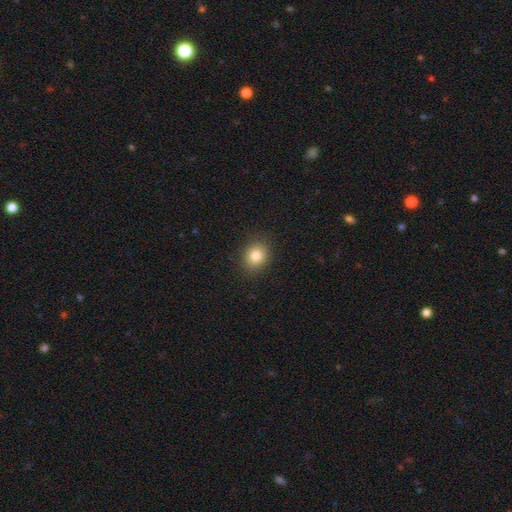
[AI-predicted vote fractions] Overall: smooth (82%). How rounded: round (60%; in between 39%). Merging: none (88%).